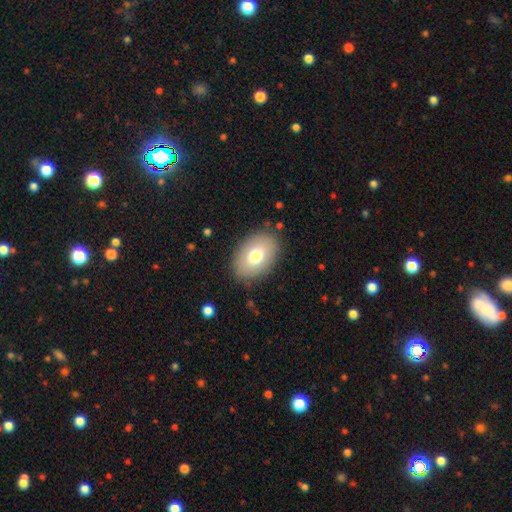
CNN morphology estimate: type=smooth (74%); roundness=in between (86%); merging=none (85%).